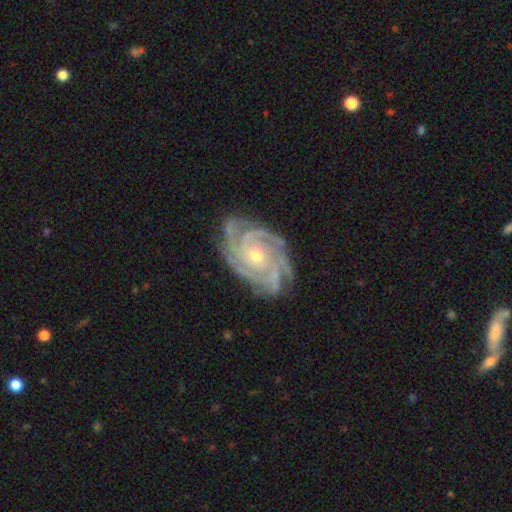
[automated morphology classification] smooth_or_featured: featured or disk (p=0.92) [alt: star or artifact p=0.05]
disk_edge_on: no (p=0.97) [alt: yes p=0.03]
bar: no (p=0.75) [alt: weak p=0.18]
has_spiral_arms: yes (p=0.99) [alt: no p=0.01]
spiral_winding: tight (p=0.76) [alt: medium p=0.21]
spiral_arm_count: 4 (p=0.39) [alt: 3 p=0.22]
bulge_size: small (p=0.59) [alt: moderate p=0.38]
merging: none (p=0.79) [alt: minor disturbance p=0.16]